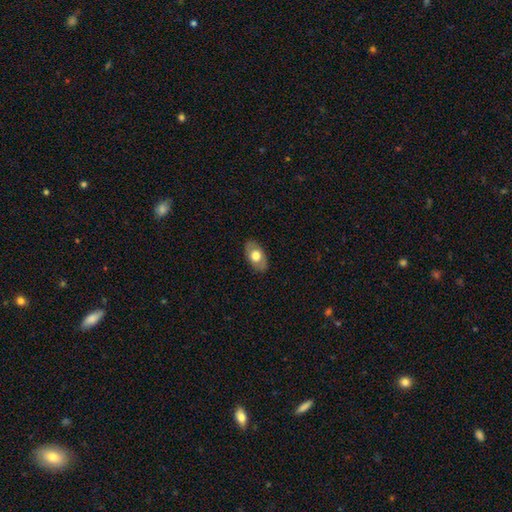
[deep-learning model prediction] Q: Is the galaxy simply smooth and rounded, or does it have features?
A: smooth — 63%.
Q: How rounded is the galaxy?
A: in between — 90%.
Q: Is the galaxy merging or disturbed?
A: none — 85%.